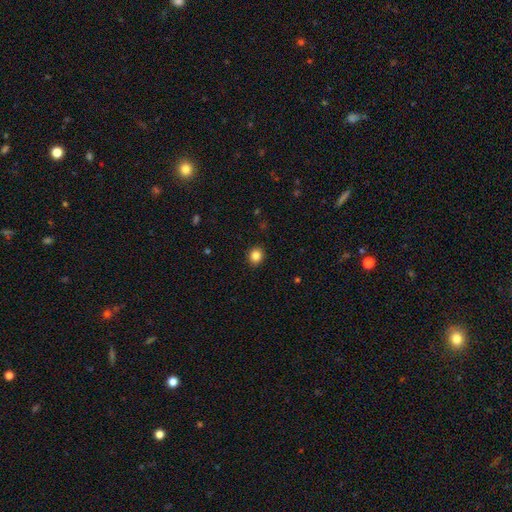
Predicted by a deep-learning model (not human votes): smooth_or_featured: smooth (p=0.85) [alt: star or artifact p=0.11]
how_rounded: round (p=0.76) [alt: in between p=0.23]
merging: none (p=0.91) [alt: minor disturbance p=0.06]